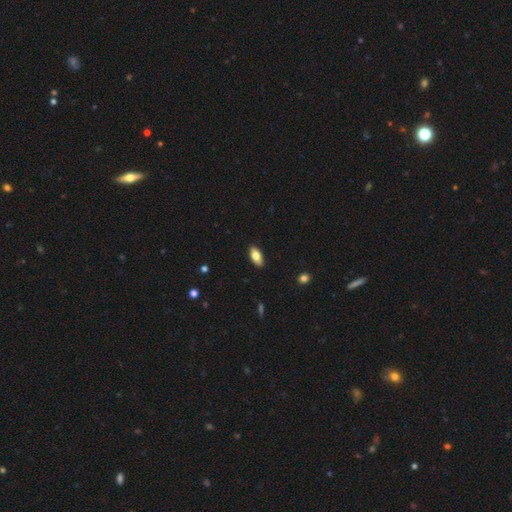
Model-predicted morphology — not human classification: The model was most divided on "smooth or featured": smooth: 77%, featured or disk: 16%, star or artifact: 7%. More confident: merging — none (88%); how rounded — in between (88%).